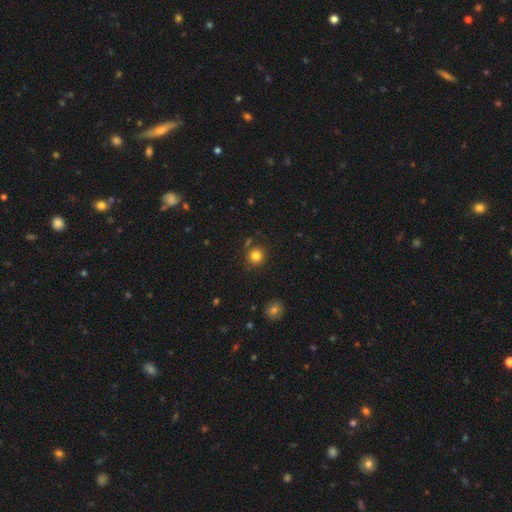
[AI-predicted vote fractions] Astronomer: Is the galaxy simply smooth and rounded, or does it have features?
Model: smooth — 81%.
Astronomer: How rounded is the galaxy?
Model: round — 91%.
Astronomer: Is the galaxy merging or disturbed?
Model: none — 83%.